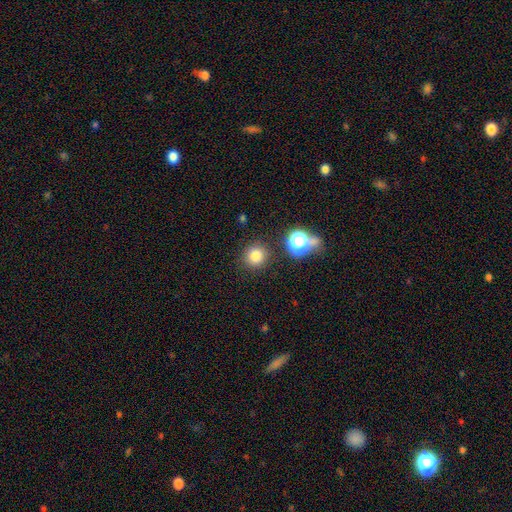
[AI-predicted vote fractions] This appears to be a smooth galaxy with no disk features (79%) that is round (90%). Merging: none (85%).